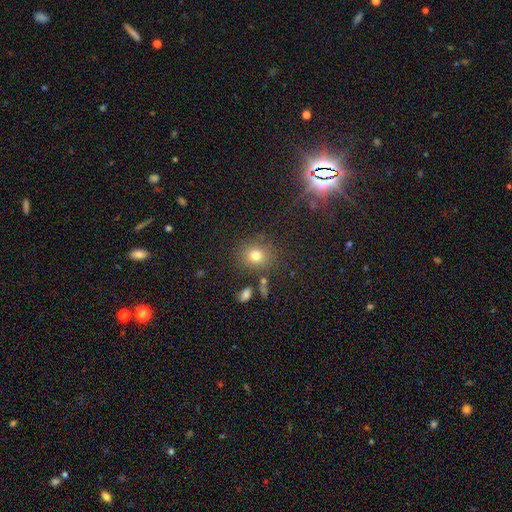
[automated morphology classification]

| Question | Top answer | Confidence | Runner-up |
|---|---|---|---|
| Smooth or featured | smooth | 76% | star or artifact (15%) |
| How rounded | round | 74% | in between (24%) |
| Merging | none | 80% | minor disturbance (10%) |